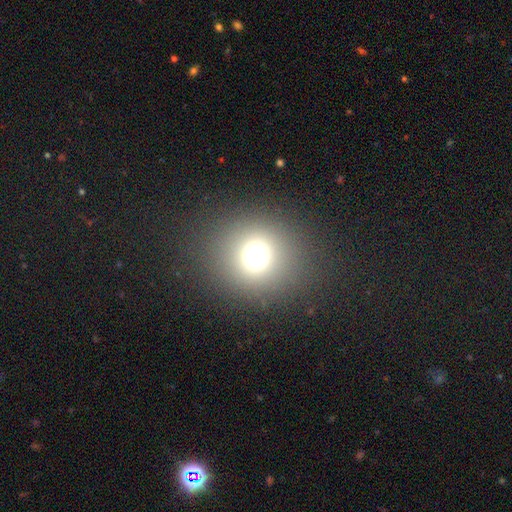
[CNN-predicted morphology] The model was most divided on "smooth or featured": smooth: 69%, star or artifact: 22%, featured or disk: 8%. More confident: how rounded — round (91%); merging — none (87%).